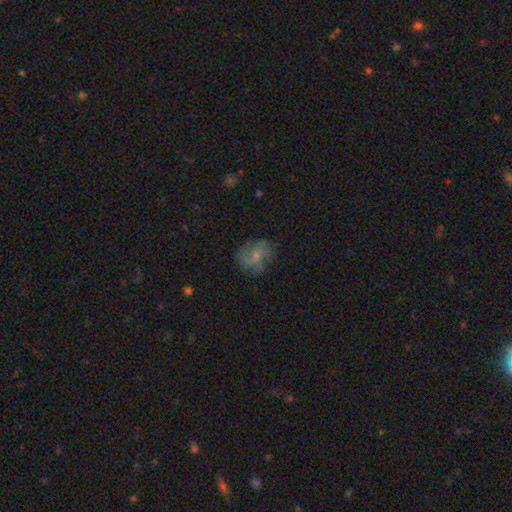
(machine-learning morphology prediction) A smooth galaxy with no disk features (48%). Merging: none (61%).